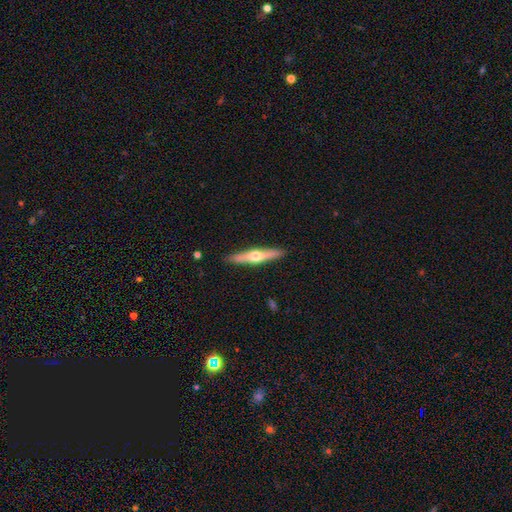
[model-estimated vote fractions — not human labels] featured or disk 60%, smooth 35%, star or artifact 5%. Down the decision tree: edge-on disk — yes (95%); edge-on bulge — rounded (92%); merging — none (90%).